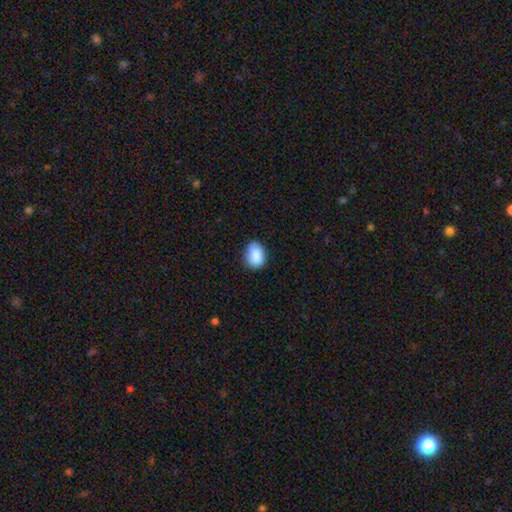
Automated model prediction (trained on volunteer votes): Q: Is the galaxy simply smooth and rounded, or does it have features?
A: smooth — 87%.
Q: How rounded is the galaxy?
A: in between — 69%.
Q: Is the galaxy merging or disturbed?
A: none — 74%.